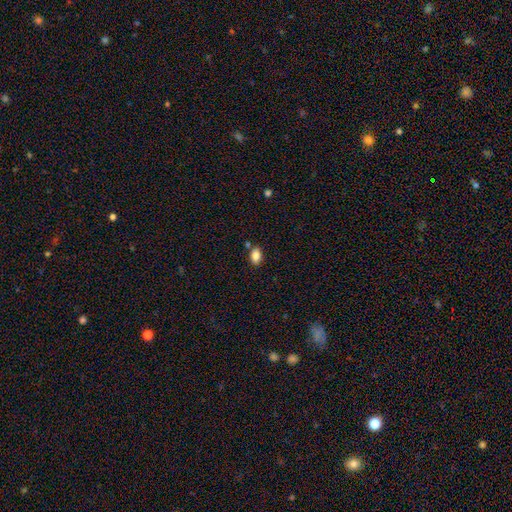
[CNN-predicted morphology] type=smooth (85%); roundness=in between (86%); merging=none (79%).